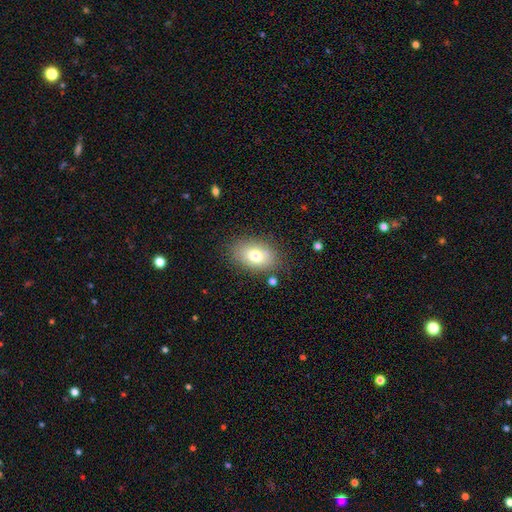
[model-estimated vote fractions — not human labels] The model was most divided on "smooth or featured": smooth: 75%, featured or disk: 15%, star or artifact: 10%. More confident: how rounded — in between (83%); merging — none (81%).